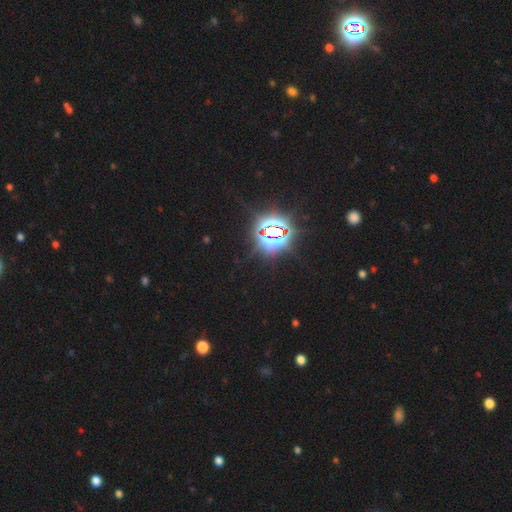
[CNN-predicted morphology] star or artifact 85%, smooth 9%, featured or disk 6%.